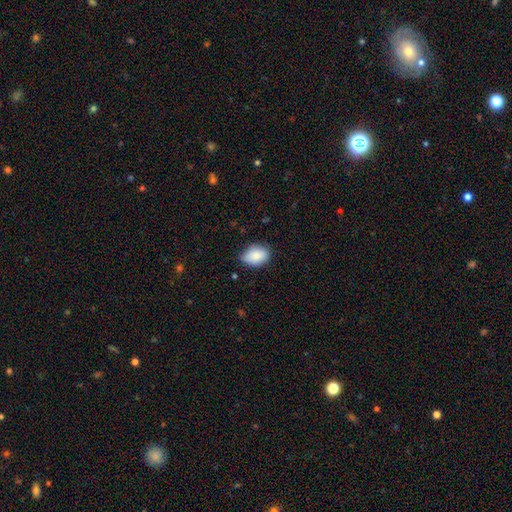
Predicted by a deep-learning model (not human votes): Overall: smooth (85%). How rounded: in between (79%). Merging: none (73%).